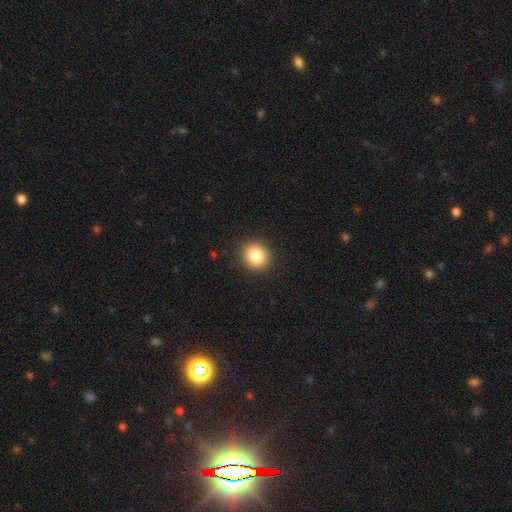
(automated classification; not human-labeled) Smooth or featured? Predicted: smooth (p=0.83). How rounded? Predicted: round (p=0.80). Merging? Predicted: none (p=0.90).